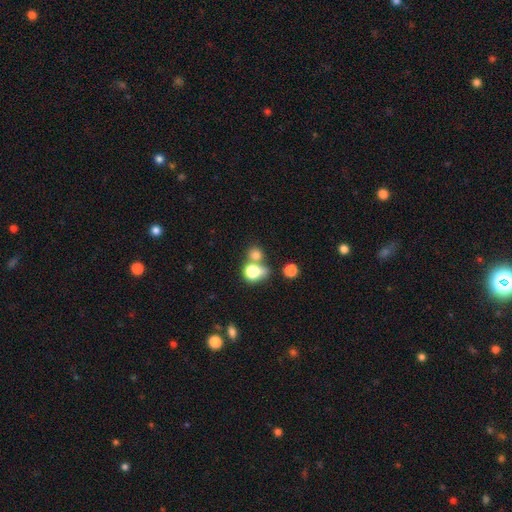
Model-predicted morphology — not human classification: A smooth galaxy with no disk features (60%) that is round (69%). Merging: none (54%).